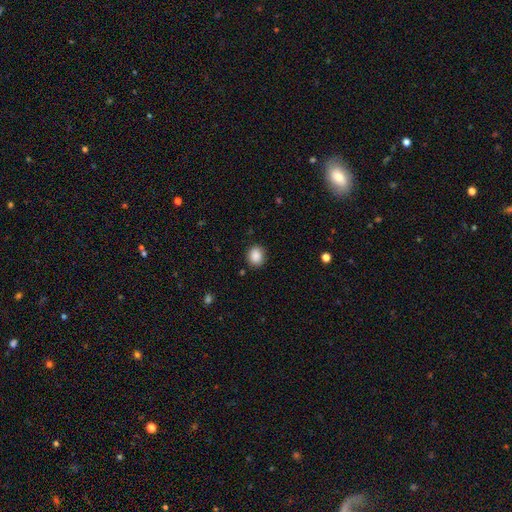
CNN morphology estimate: The model was most divided on "how rounded": round: 65%, in between: 35%, cigar-shaped: 1%. More confident: smooth or featured — smooth (88%); merging — none (87%).